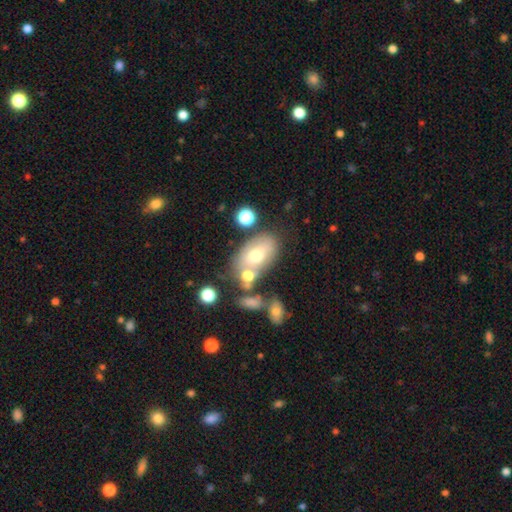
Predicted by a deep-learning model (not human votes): Morphology: type=smooth (61%); roundness=in between (87%); merging=none (58%).